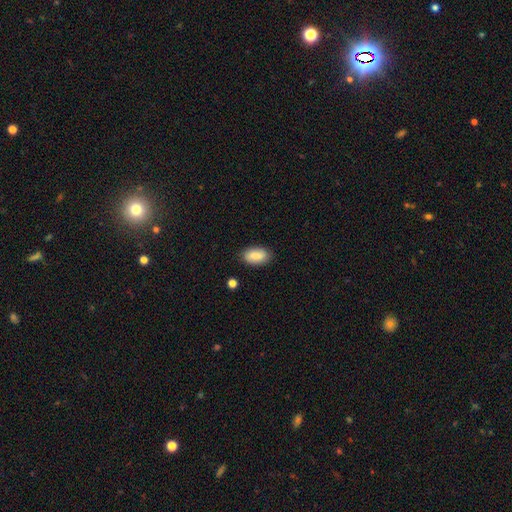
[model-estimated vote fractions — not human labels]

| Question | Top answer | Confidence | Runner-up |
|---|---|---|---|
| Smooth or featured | smooth | 82% | featured or disk (11%) |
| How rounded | in between | 93% | round (4%) |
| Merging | none | 85% | minor disturbance (12%) |